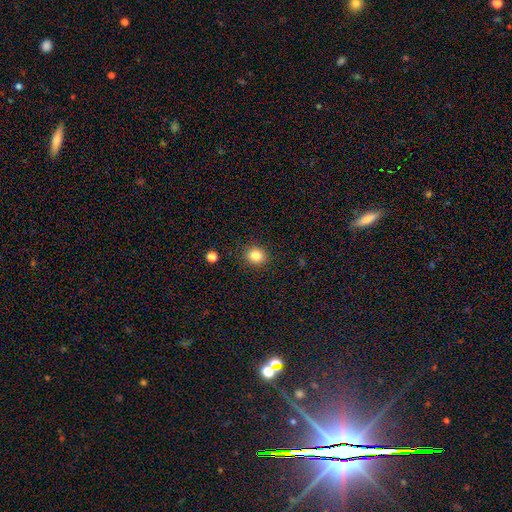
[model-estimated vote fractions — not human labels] Smooth or featured? smooth (84%)
How rounded? round (75%)
Merging? none (88%)